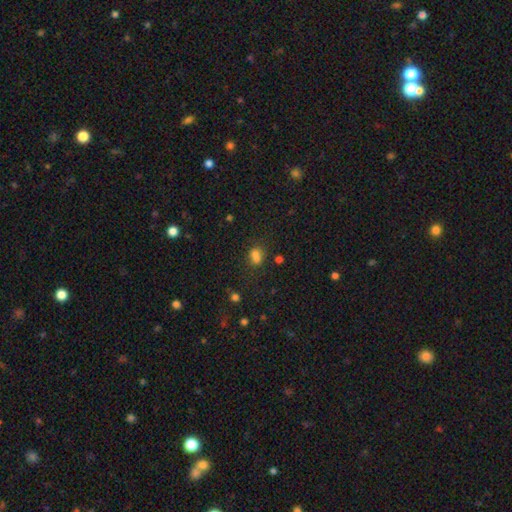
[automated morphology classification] Smooth or featured? smooth (71%)
How rounded? round (55%)
Merging? merger (42%)